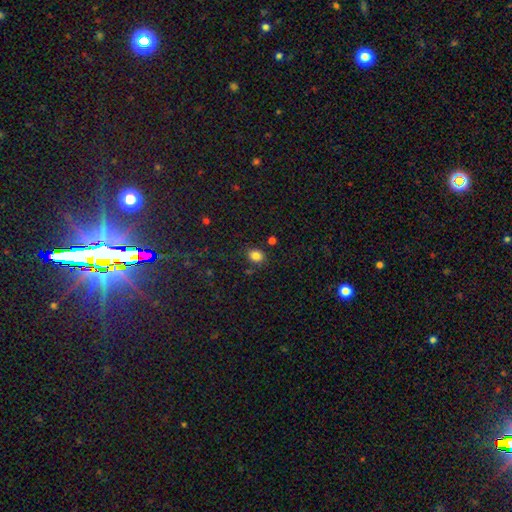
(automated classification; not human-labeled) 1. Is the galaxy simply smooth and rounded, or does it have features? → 84% smooth, 12% star or artifact, 5% featured or disk.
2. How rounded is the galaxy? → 54% in between, 45% round, 1% cigar-shaped.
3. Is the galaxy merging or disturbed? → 81% none, 12% minor disturbance, 4% merger, 3% major disturbance.